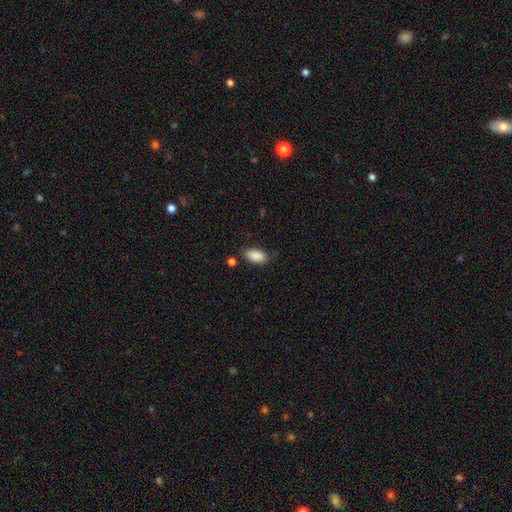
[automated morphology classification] smooth 89%, star or artifact 7%, featured or disk 4%. Down the decision tree: how rounded — in between (93%); merging — none (81%).